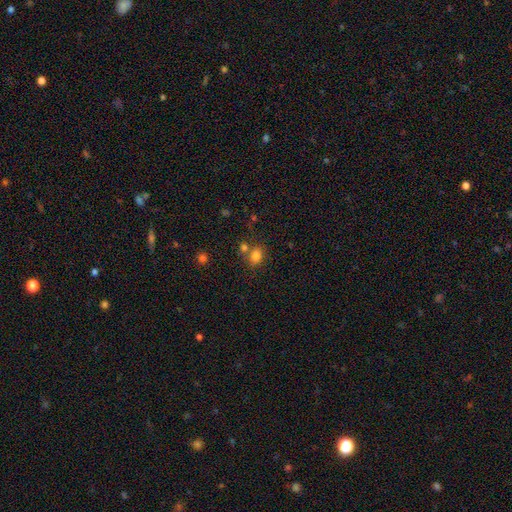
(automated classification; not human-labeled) A smooth galaxy with no disk features (80%) that is in between round and cigar-shaped (56%).

Vote fractions:
- Smooth or featured? smooth: 80% / star or artifact: 13% / featured or disk: 8%
- How rounded? in between: 56% / round: 43% / cigar-shaped: 1%
- Merging? none: 59% / merger: 25% / minor disturbance: 12% / major disturbance: 4%